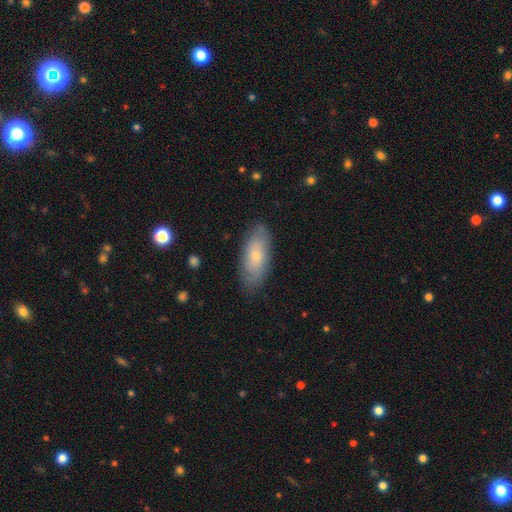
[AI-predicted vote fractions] This appears to be a smooth galaxy with no disk features (61%) that is in between round and cigar-shaped (83%). Merging: none (82%).